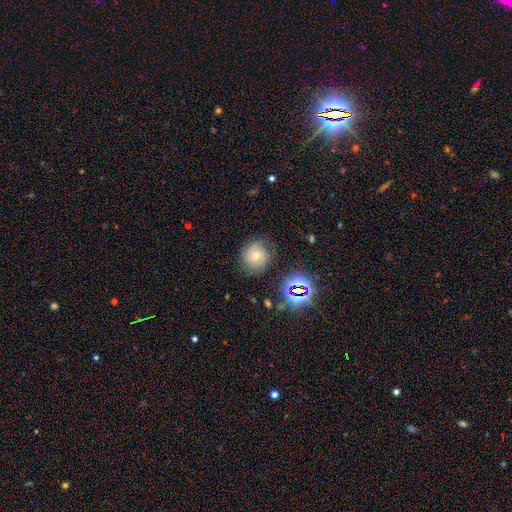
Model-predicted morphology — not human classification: smooth-or-featured: featured or disk: 39% | smooth: 34% | star or artifact: 27%
  merging: none: 75% | minor disturbance: 17% | major disturbance: 6% | merger: 2%